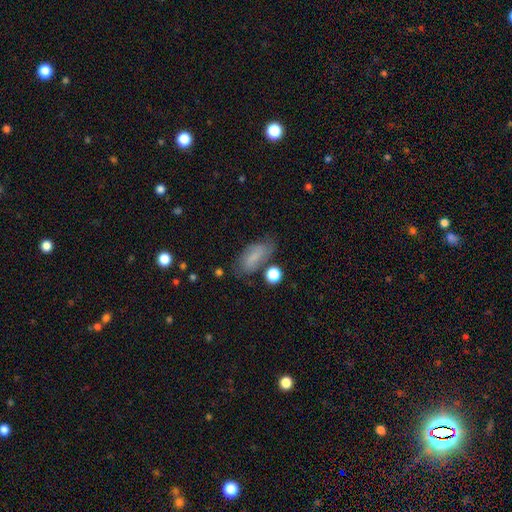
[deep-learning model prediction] The model was most divided on "merging": none: 63%, minor disturbance: 23%, major disturbance: 8%, merger: 6%. More confident: how rounded — in between (85%); smooth or featured — smooth (67%).